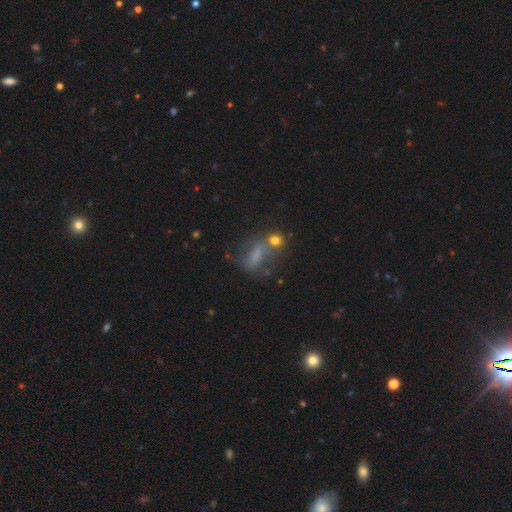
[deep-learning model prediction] This appears to be a smooth galaxy with no disk features (56%) that is in between round and cigar-shaped (63%). Merging: none (38%).